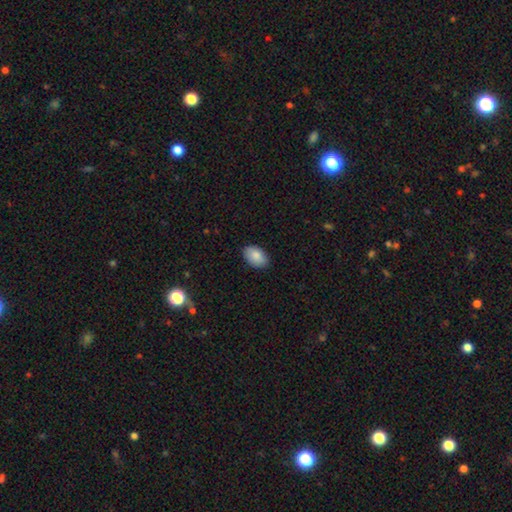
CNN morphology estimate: type=smooth (87%); roundness=in between (91%); merging=none (87%).